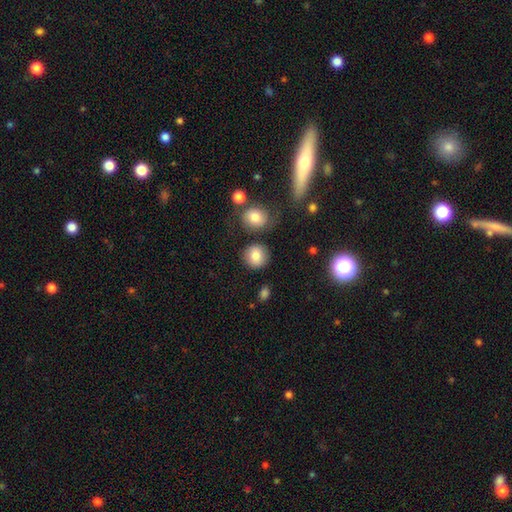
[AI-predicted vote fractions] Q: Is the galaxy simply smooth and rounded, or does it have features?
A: smooth — 82%.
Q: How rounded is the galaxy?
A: round — 90%.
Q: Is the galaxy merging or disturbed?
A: none — 82%.